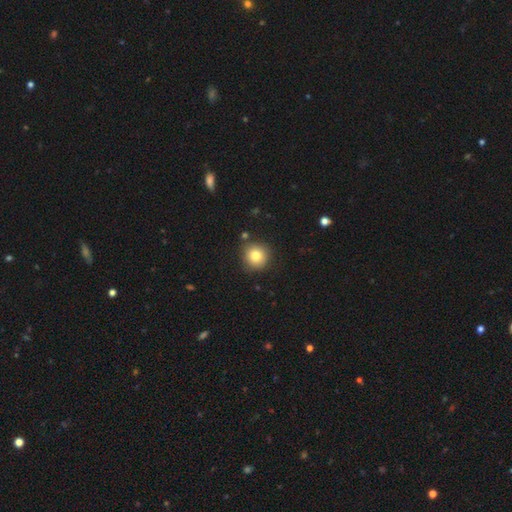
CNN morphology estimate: Smooth or featured: smooth — 81% (star or artifact — 11%)
How rounded: round — 93% (in between — 6%)
Merging: none — 86% (minor disturbance — 9%)